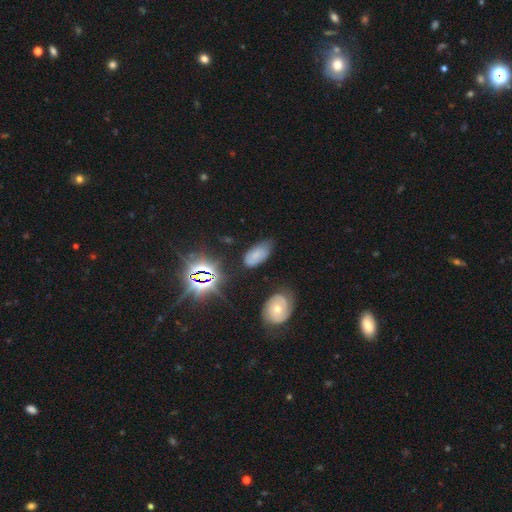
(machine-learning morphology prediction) A smooth galaxy with no disk features (57%) that is in between round and cigar-shaped (93%).

Vote fractions:
- Smooth or featured? smooth: 57% / featured or disk: 23% / star or artifact: 20%
- How rounded? in between: 93% / round: 4% / cigar-shaped: 3%
- Merging? none: 61% / minor disturbance: 27% / major disturbance: 9% / merger: 3%